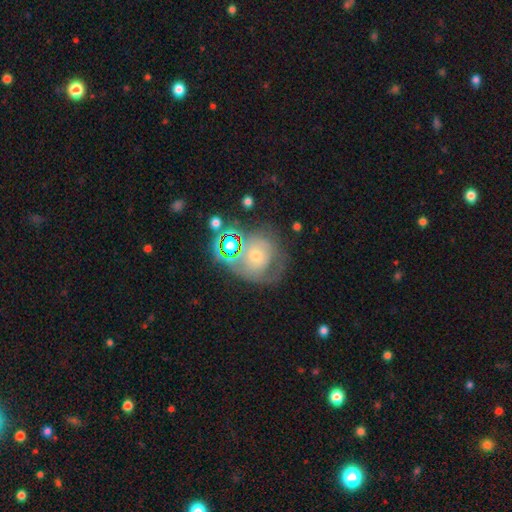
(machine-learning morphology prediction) smooth_or_featured: featured or disk (p=0.46) [alt: smooth p=0.32]
merging: none (p=0.50) [alt: minor disturbance p=0.21]